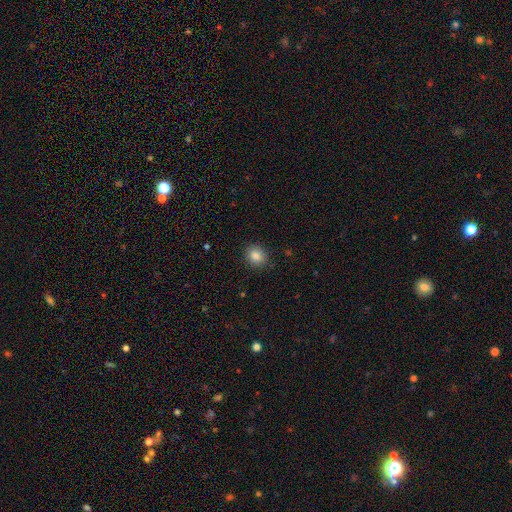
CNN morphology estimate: Smooth or featured?
  - smooth: 85% *
  - star or artifact: 10%
  - featured or disk: 5%
How rounded?
  - round: 67% *
  - in between: 32%
  - cigar-shaped: 1%
Merging?
  - none: 89% *
  - minor disturbance: 8%
  - major disturbance: 2%
  - merger: 1%